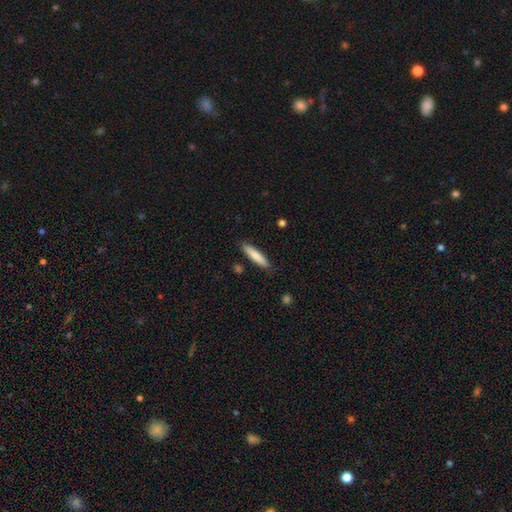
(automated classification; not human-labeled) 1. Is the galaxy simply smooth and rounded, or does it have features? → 80% smooth, 15% featured or disk, 6% star or artifact.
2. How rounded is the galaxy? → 84% cigar-shaped, 14% in between, 1% round.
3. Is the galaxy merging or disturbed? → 88% none, 9% minor disturbance, 2% merger, 2% major disturbance.